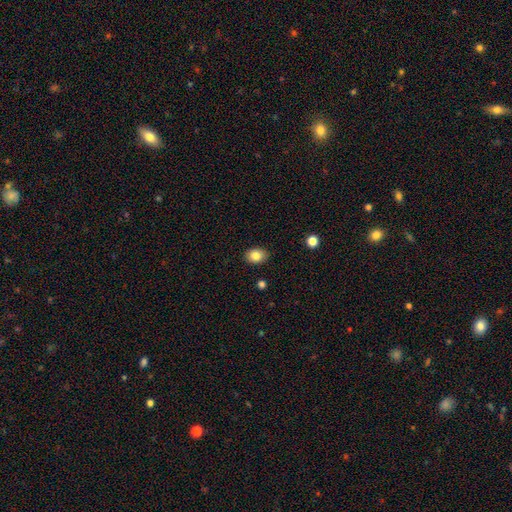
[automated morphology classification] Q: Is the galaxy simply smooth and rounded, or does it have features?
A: smooth — 84%.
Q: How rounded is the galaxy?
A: in between — 69%.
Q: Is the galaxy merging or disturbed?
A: none — 88%.